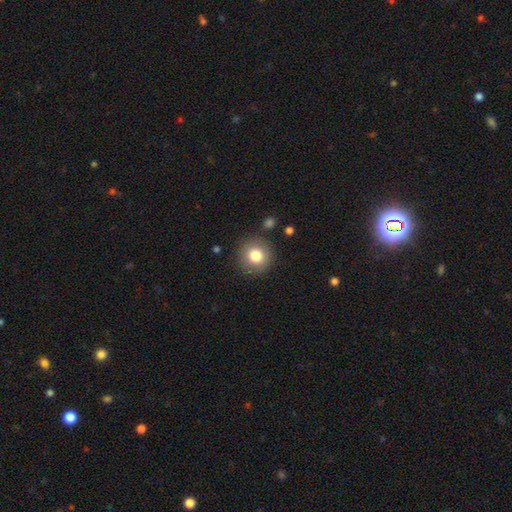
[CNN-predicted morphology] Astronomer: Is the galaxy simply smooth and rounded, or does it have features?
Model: smooth — 80%.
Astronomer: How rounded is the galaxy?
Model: round — 93%.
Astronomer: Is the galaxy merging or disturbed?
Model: none — 87%.